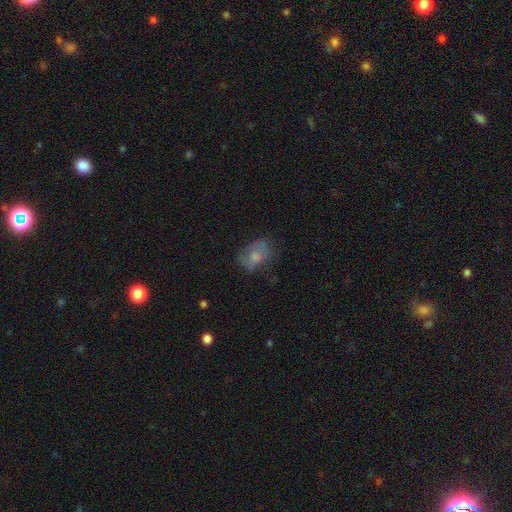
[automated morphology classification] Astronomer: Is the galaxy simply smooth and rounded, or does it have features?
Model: smooth — 64%.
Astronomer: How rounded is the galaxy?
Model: in between — 75%.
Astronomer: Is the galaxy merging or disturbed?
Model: none — 54%.